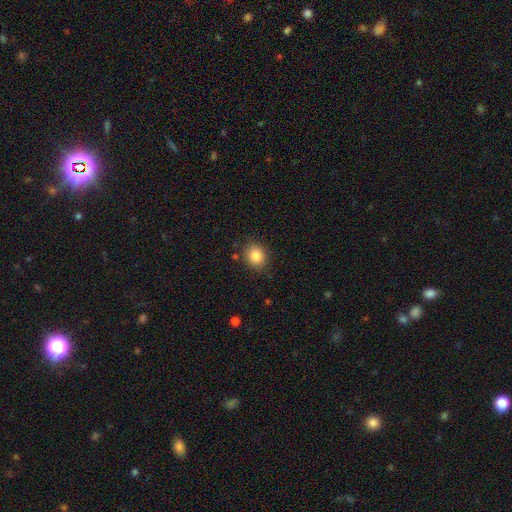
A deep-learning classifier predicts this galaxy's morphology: Smooth or featured? Predicted: smooth (p=0.84). How rounded? Predicted: round (p=0.70). Merging? Predicted: none (p=0.86).